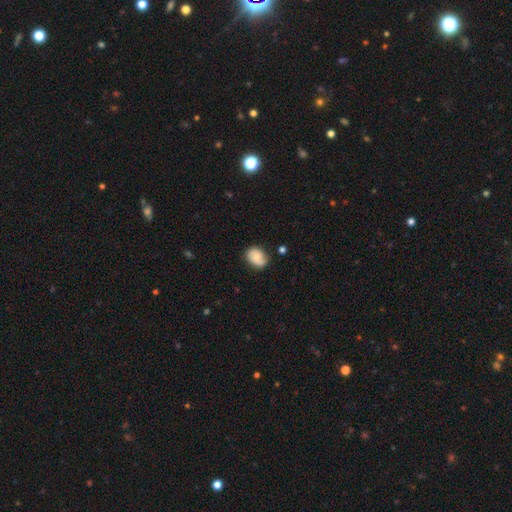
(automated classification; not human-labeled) The model was most divided on "how rounded": in between: 57%, round: 42%, cigar-shaped: 1%. More confident: merging — none (72%); smooth or featured — smooth (60%).